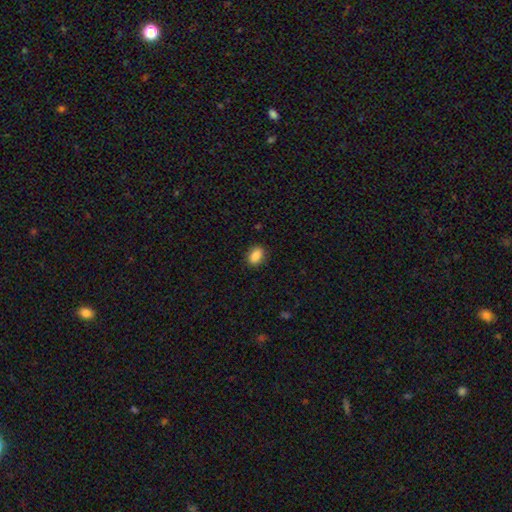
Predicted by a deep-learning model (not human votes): smooth-or-featured: smooth: 88% | star or artifact: 8% | featured or disk: 4%
  how-rounded: in between: 83% | round: 16% | cigar-shaped: 2%
  merging: none: 88% | minor disturbance: 9% | major disturbance: 2% | merger: 1%